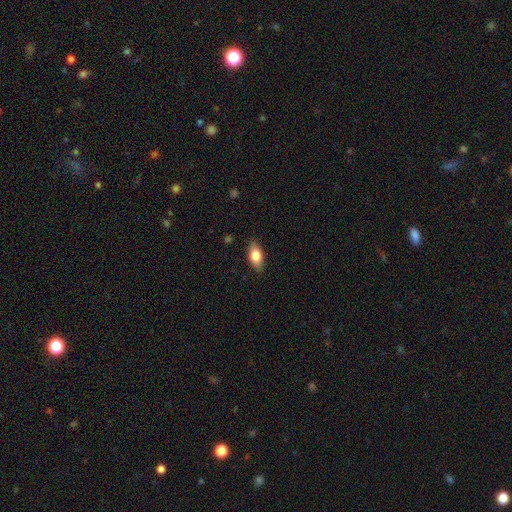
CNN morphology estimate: Smooth or featured? Predicted: smooth (p=0.79). How rounded? Predicted: in between (p=0.87). Merging? Predicted: none (p=0.85).